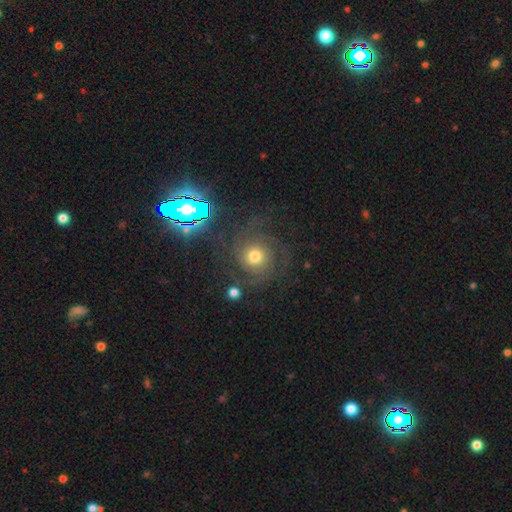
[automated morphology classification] The model was most divided on "smooth or featured": star or artifact: 54%, smooth: 33%, featured or disk: 13%.